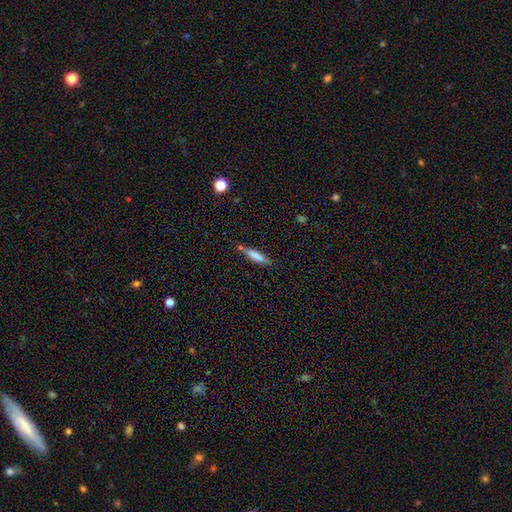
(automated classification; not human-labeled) The model was most divided on "merging": none: 74%, minor disturbance: 16%, merger: 7%, major disturbance: 3%. More confident: how rounded — cigar-shaped (81%); smooth or featured — smooth (76%).